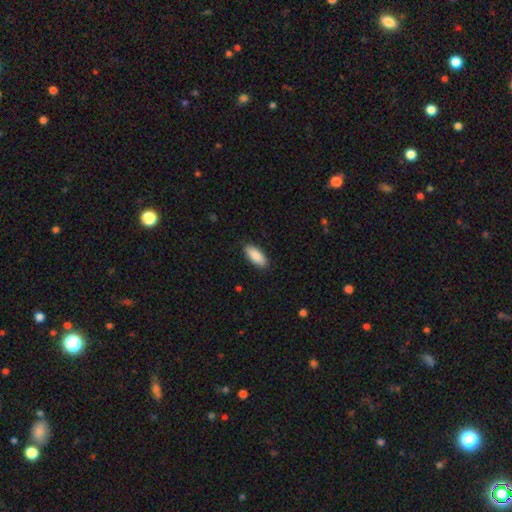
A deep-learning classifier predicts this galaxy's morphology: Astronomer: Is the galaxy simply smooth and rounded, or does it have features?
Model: smooth — 88%.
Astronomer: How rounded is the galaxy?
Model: in between — 83%.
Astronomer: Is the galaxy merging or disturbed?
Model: none — 88%.